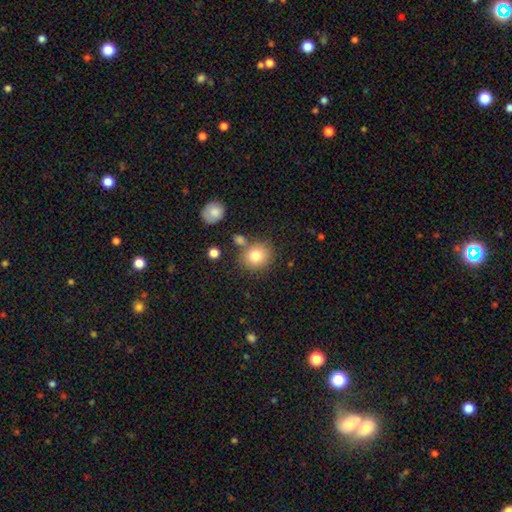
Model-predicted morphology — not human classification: Smooth or featured: smooth — 81% (star or artifact — 10%)
How rounded: round — 75% (in between — 24%)
Merging: none — 72% (merger — 13%)